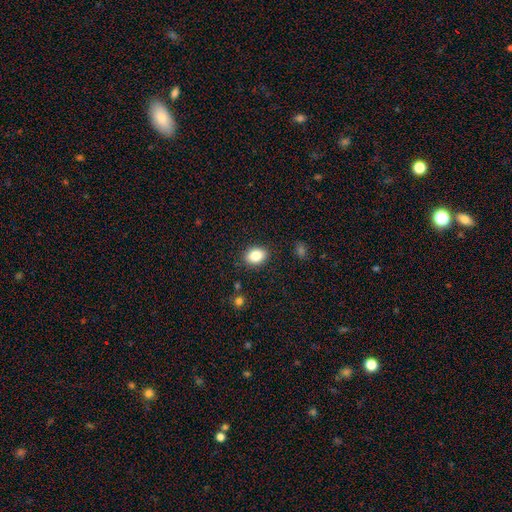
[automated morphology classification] The model was most divided on "how rounded": in between: 69%, round: 30%, cigar-shaped: 1%. More confident: merging — none (88%); smooth or featured — smooth (84%).